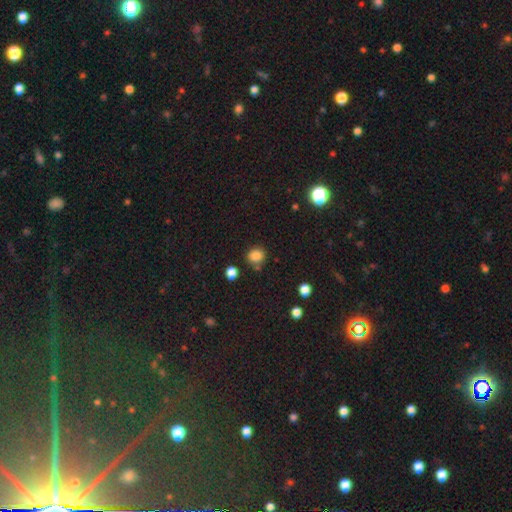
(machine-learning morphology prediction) A smooth galaxy with no disk features (84%) that is round (79%). Merging: none (77%).